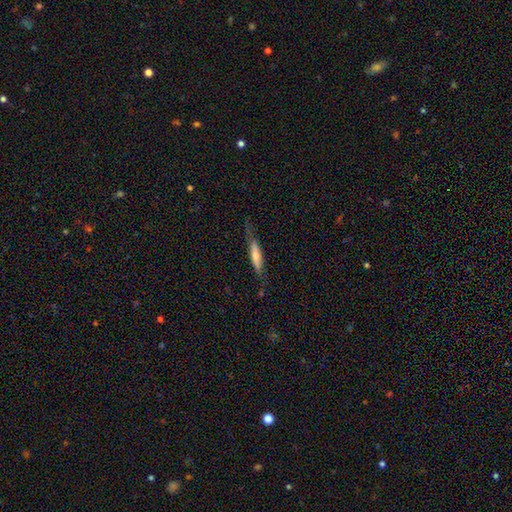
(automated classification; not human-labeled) This is possibly a smooth galaxy (54%). How rounded: clearly cigar-shaped (82%). Merging: likely none (65%).